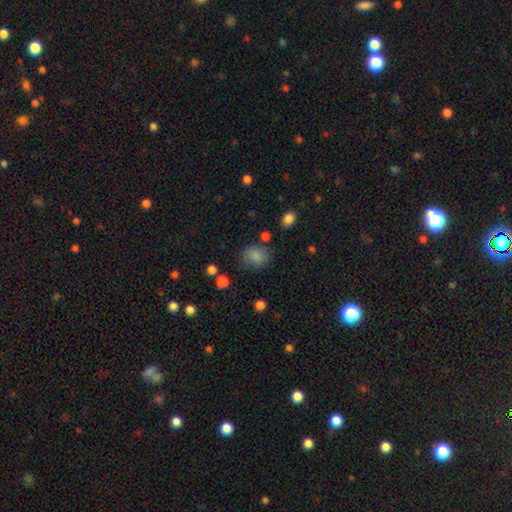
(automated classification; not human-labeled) Q: Smooth or featured?
A: smooth (83%); runner-up: star or artifact (11%)
Q: How rounded?
A: round (65%); runner-up: in between (34%)
Q: Merging?
A: none (71%); runner-up: minor disturbance (18%)